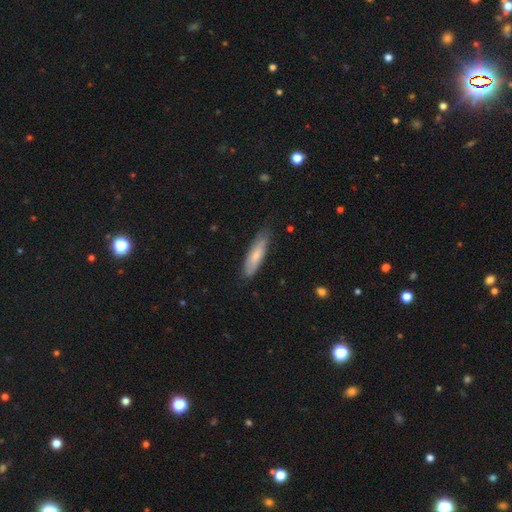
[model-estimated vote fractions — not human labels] This is likely a smooth galaxy (71%). How rounded: likely cigar-shaped (65%). Merging: likely none (77%).